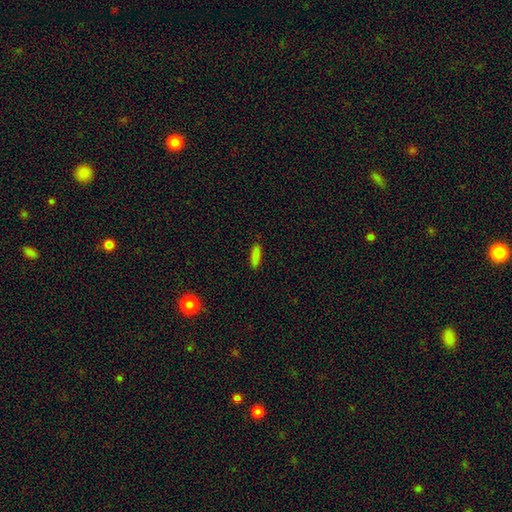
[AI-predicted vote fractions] Smooth or featured?
  - smooth: 86% *
  - star or artifact: 9%
  - featured or disk: 5%
How rounded?
  - cigar-shaped: 61% *
  - in between: 37%
  - round: 2%
Merging?
  - none: 88% *
  - minor disturbance: 9%
  - major disturbance: 2%
  - merger: 1%